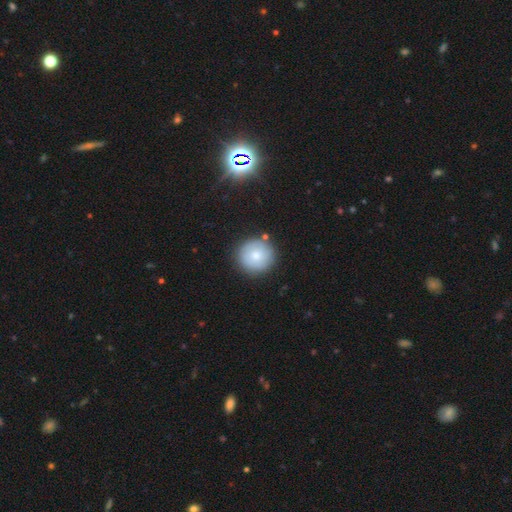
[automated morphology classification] Overall: smooth (73%). How rounded: round (95%). Merging: none (85%).